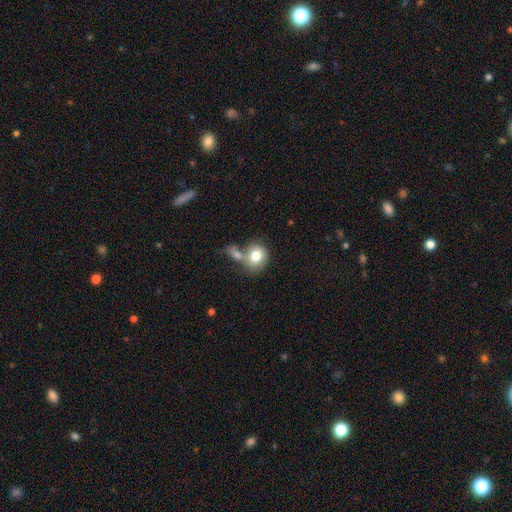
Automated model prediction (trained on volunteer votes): Smooth or featured? Predicted: smooth (p=0.79). How rounded? Predicted: round (p=0.66). Merging? Predicted: merger (p=0.43).